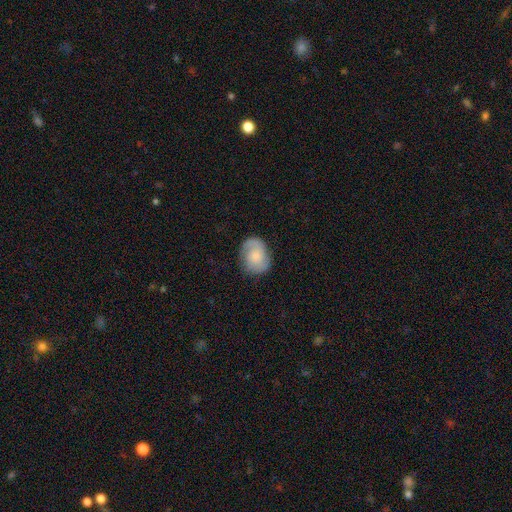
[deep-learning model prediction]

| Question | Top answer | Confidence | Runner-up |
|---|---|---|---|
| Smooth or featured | featured or disk | 49% | smooth (44%) |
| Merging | none | 74% | minor disturbance (18%) |